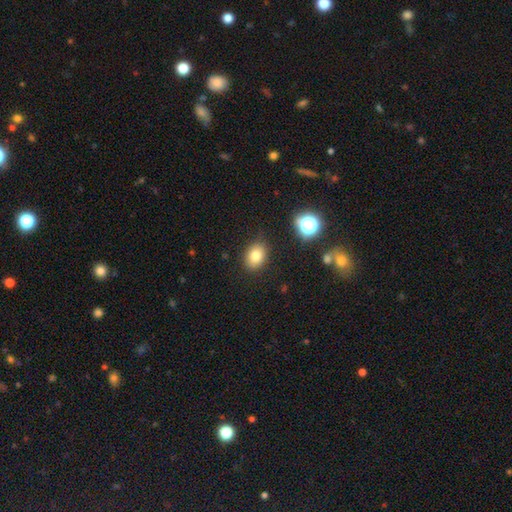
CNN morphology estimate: Smooth or featured?
  - smooth: 79% *
  - star or artifact: 12%
  - featured or disk: 9%
How rounded?
  - in between: 68% *
  - round: 31%
  - cigar-shaped: 1%
Merging?
  - none: 86% *
  - minor disturbance: 10%
  - major disturbance: 3%
  - merger: 2%